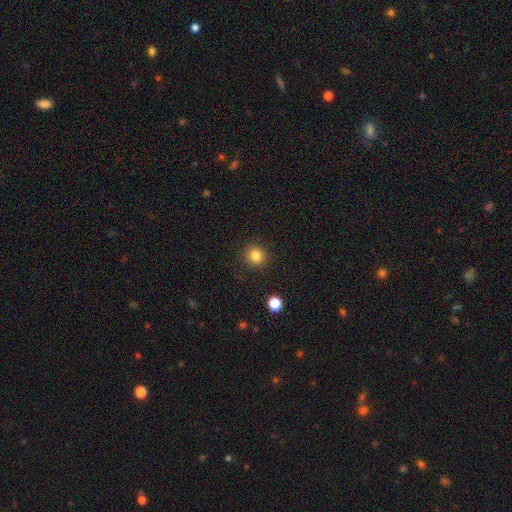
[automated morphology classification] Smooth or featured? Predicted: smooth (p=0.83). How rounded? Predicted: round (p=0.87). Merging? Predicted: none (p=0.89).